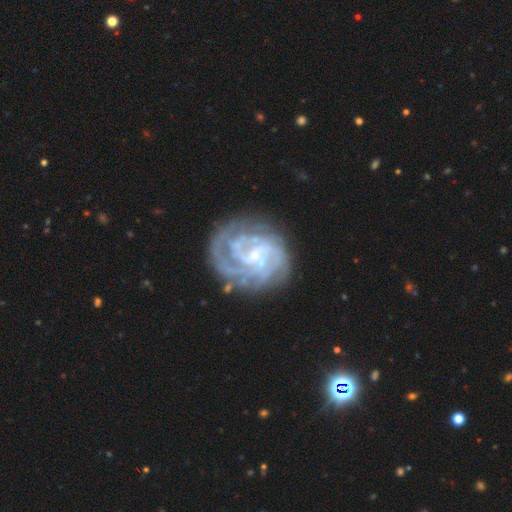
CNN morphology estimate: Smooth or featured: featured or disk — 86% (smooth — 7%)
Edge-on disk: no — 98% (yes — 2%)
Bar: weak — 49% (no — 36%)
Spiral arms: yes — 95% (no — 5%)
Spiral winding: tight — 64% (medium — 29%)
Spiral arm count: can't tell — 31% (3 — 22%)
Bulge size: small — 64% (moderate — 17%)
Merging: none — 69% (minor disturbance — 17%)